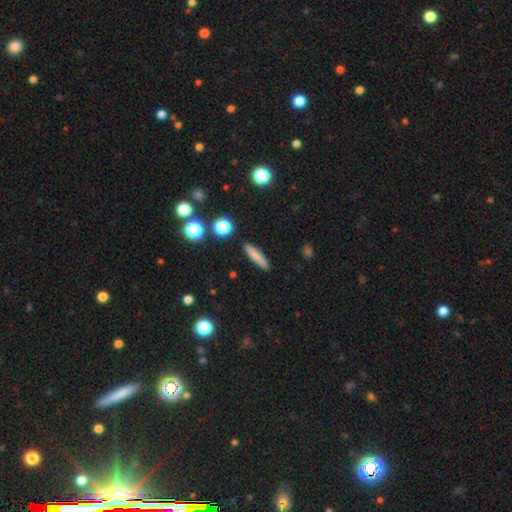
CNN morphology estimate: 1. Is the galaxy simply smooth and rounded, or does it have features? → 79% smooth, 12% featured or disk, 9% star or artifact.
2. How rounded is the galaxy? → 84% cigar-shaped, 14% in between, 3% round.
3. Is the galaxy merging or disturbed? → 89% none, 7% minor disturbance, 2% major disturbance, 2% merger.